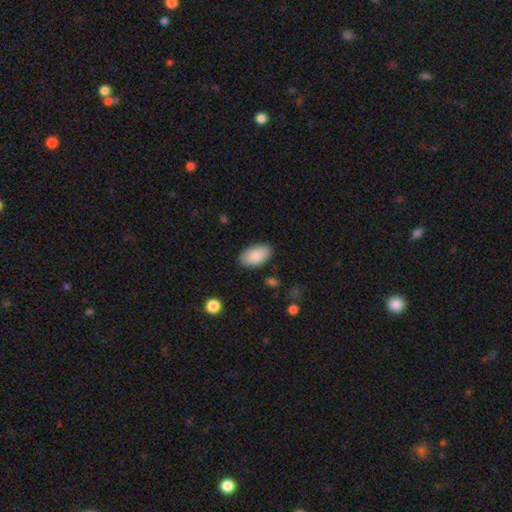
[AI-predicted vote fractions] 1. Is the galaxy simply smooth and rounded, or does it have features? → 89% smooth, 6% star or artifact, 5% featured or disk.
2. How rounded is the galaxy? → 95% in between, 3% round, 1% cigar-shaped.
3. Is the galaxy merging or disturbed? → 86% none, 10% minor disturbance, 2% major disturbance, 1% merger.